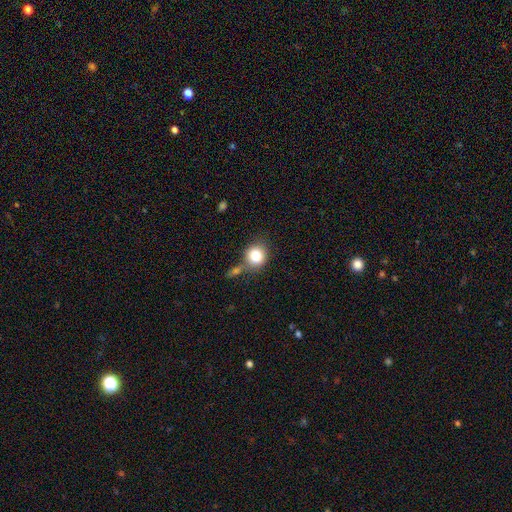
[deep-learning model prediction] smooth-or-featured: smooth: 80% | star or artifact: 11% | featured or disk: 10%
  how-rounded: round: 84% | in between: 15% | cigar-shaped: 1%
  merging: none: 62% | merger: 17% | minor disturbance: 15% | major disturbance: 6%